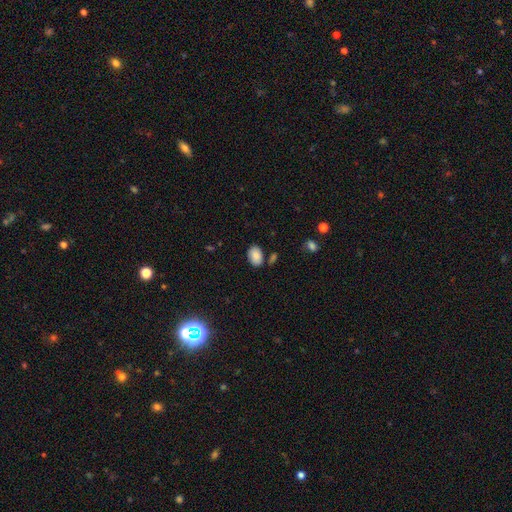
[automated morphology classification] smooth 86%, star or artifact 8%, featured or disk 6%. Down the decision tree: how rounded — in between (85%); merging — none (77%).